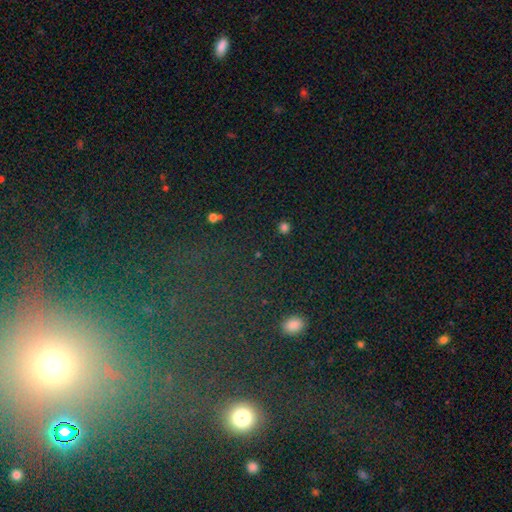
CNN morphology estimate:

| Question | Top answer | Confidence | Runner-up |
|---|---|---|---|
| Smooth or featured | star or artifact | 56% | smooth (29%) |